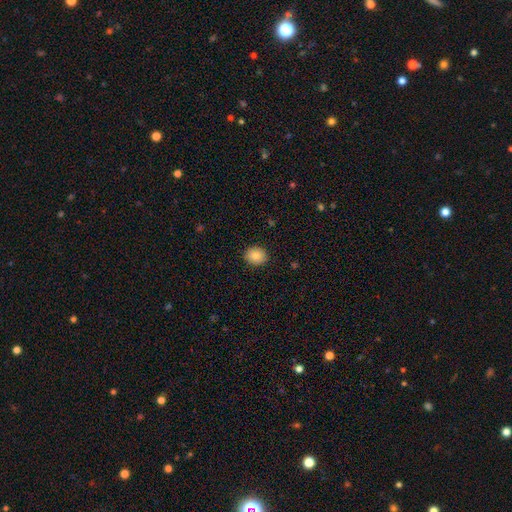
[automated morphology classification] The model was most divided on "how rounded": round: 59%, in between: 40%, cigar-shaped: 1%. More confident: merging — none (90%); smooth or featured — smooth (84%).